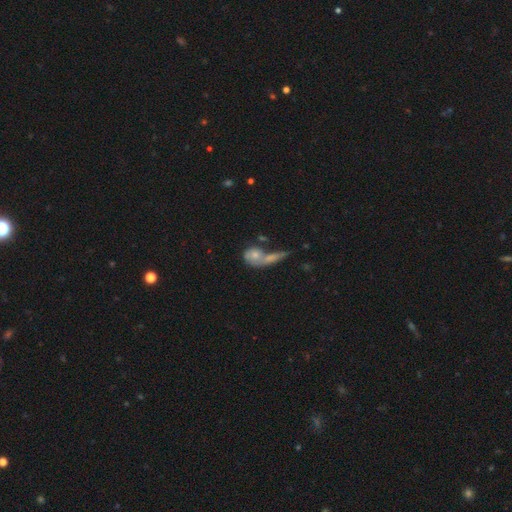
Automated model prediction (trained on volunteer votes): smooth 61%, featured or disk 30%, star or artifact 9%. Down the decision tree: how rounded — round (46%, tied with in between); merging — merger (50%).